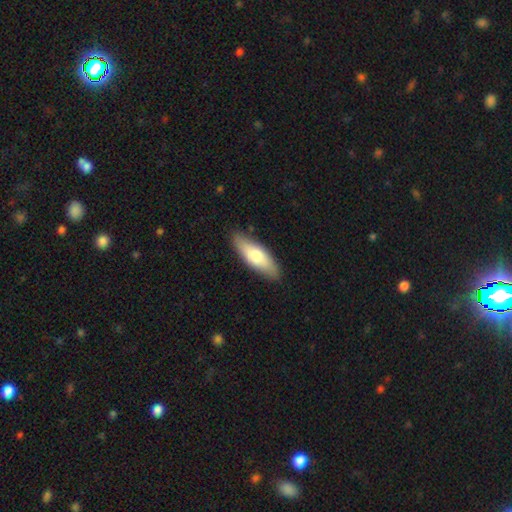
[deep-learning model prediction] smooth-or-featured: smooth: 70% | featured or disk: 25% | star or artifact: 5%
  how-rounded: in between: 59% | cigar-shaped: 39% | round: 2%
  merging: none: 86% | minor disturbance: 11% | major disturbance: 2% | merger: 1%